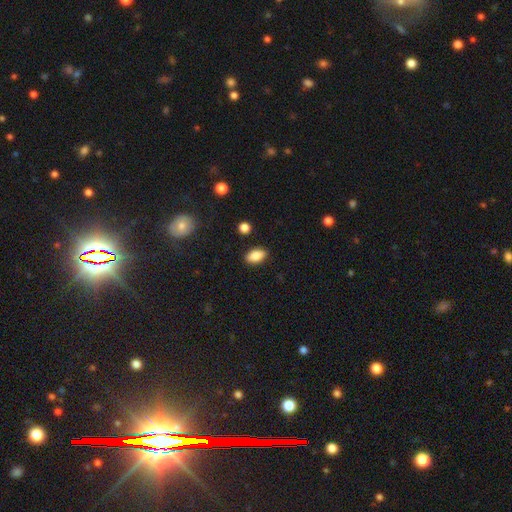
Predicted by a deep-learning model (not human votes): Smooth or featured?
  - smooth: 85% *
  - star or artifact: 8%
  - featured or disk: 7%
How rounded?
  - in between: 89% *
  - round: 6%
  - cigar-shaped: 5%
Merging?
  - none: 87% *
  - minor disturbance: 9%
  - major disturbance: 2%
  - merger: 2%